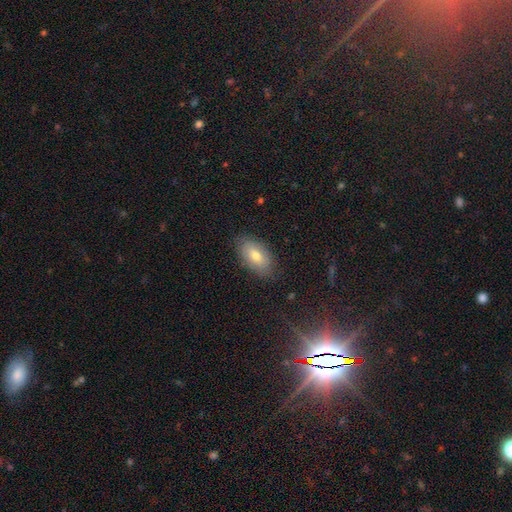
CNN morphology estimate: smooth-or-featured: smooth: 71% | featured or disk: 20% | star or artifact: 9%
  how-rounded: in between: 92% | round: 5% | cigar-shaped: 3%
  merging: none: 83% | minor disturbance: 13% | major disturbance: 3% | merger: 1%